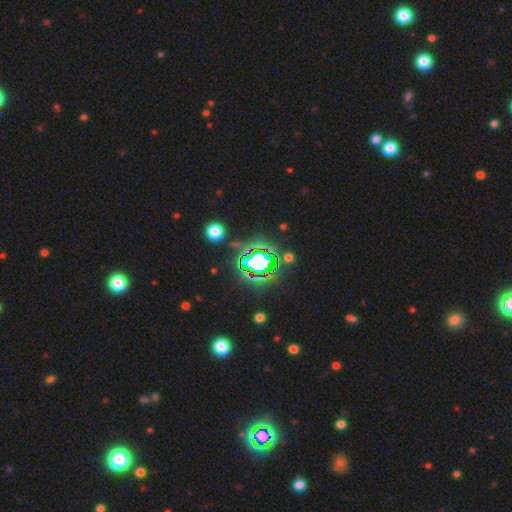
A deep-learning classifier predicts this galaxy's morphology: smooth_or_featured: star or artifact (p=0.83) [alt: smooth p=0.10]